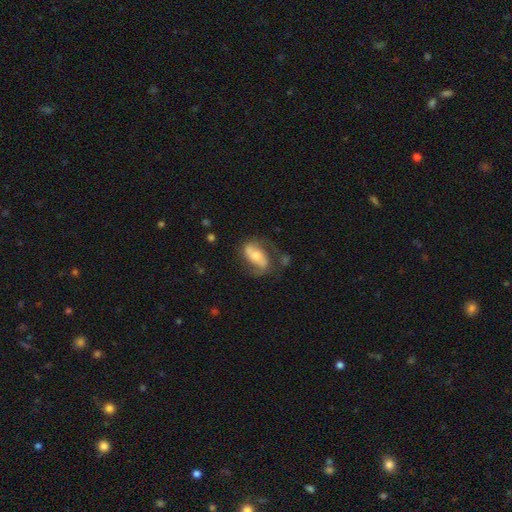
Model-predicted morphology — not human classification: The model was most divided on "bar": no: 39%, strong: 31%, weak: 29%. More confident: edge-on disk — no (91%); spiral arms — yes (78%); smooth or featured — featured or disk (59%); merging — none (55%); bulge size — moderate (53%).